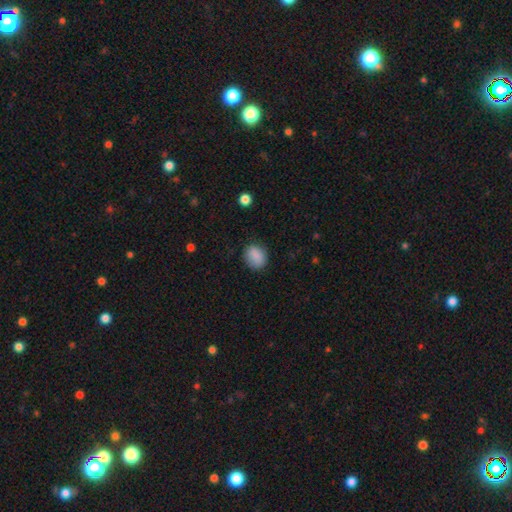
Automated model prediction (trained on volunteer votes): This appears to be a smooth galaxy with no disk features (87%) that is round (51%). Merging: none (81%).